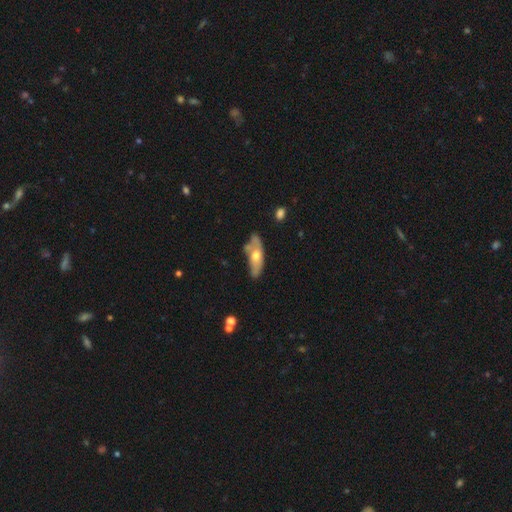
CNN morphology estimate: This appears to be a smooth galaxy with no disk features (51%) that is in between round and cigar-shaped (65%). Merging: none (50%).